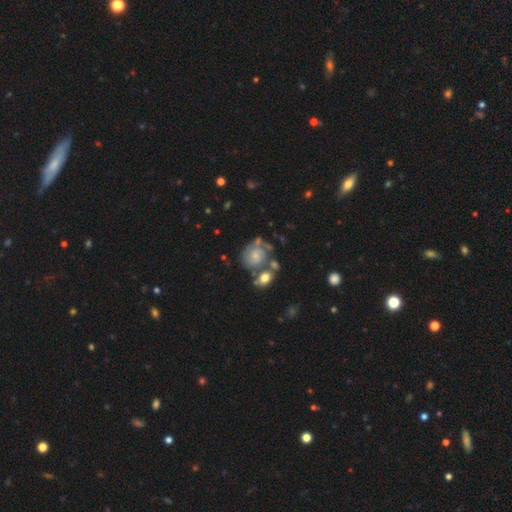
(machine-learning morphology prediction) This appears to be a featured or disk galaxy (72%) with no bar (73%), 2 (45%) tight (60%) spiral arms (88%) and a small central bulge (51%). Merging: none (46%).